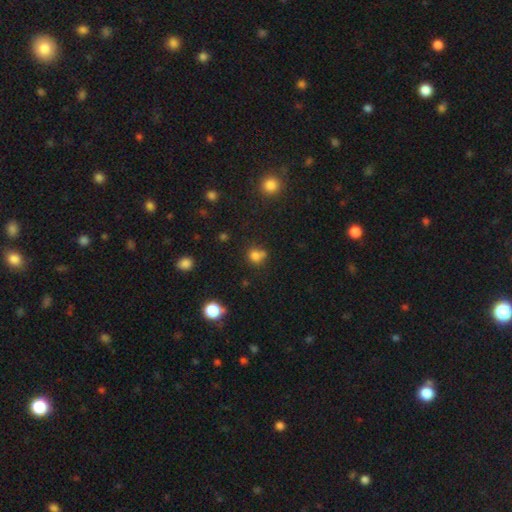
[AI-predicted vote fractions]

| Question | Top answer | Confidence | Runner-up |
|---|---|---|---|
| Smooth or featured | smooth | 77% | star or artifact (15%) |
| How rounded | round | 78% | in between (21%) |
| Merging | none | 50% | merger (31%) |